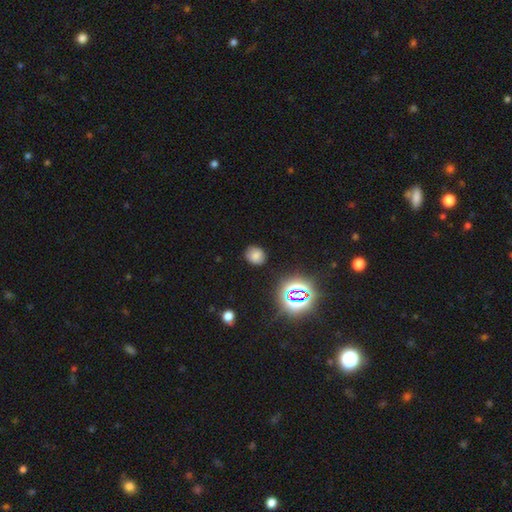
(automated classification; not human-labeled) A smooth galaxy with no disk features (73%) that is round (68%). Merging: none (85%).